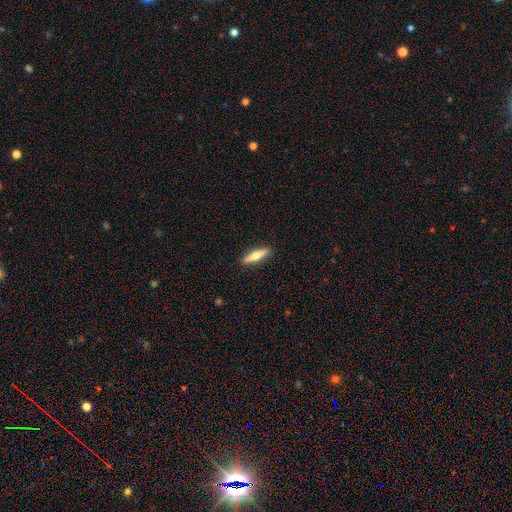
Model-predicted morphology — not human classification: type=smooth (52%); roundness=cigar-shaped (80%); merging=none (90%).